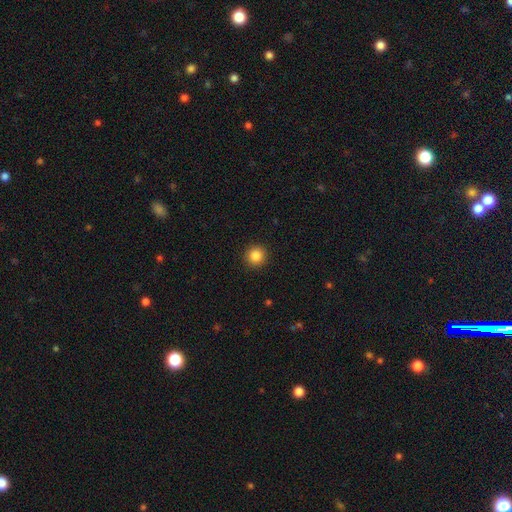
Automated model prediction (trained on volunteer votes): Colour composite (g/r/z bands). It shows a smooth galaxy with no disk features (85%) that is round (94%). Merging: none (92%).